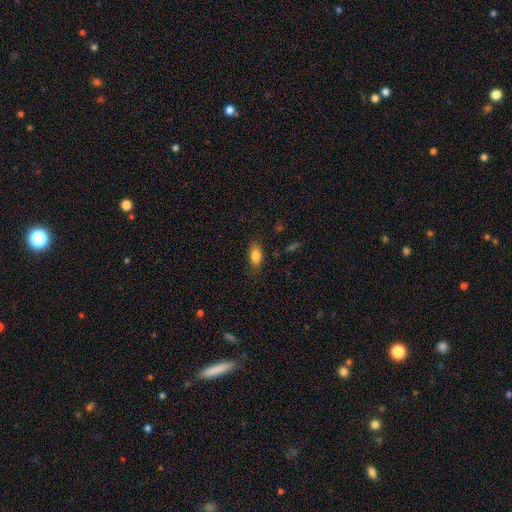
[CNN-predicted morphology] A smooth galaxy with no disk features (83%) that is in between round and cigar-shaped (85%). Merging: none (80%).